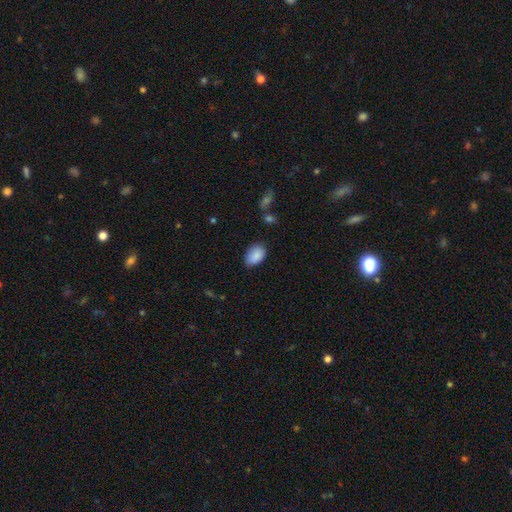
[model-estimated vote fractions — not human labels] Smooth or featured? Predicted: smooth (p=0.88). How rounded? Predicted: in between (p=0.89). Merging? Predicted: none (p=0.76).